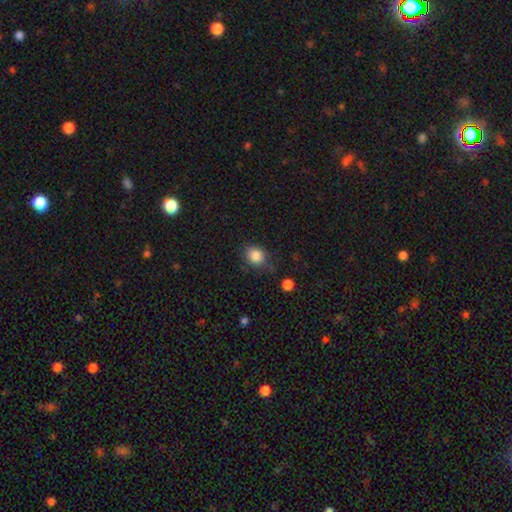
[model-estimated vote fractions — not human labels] Smooth or featured? smooth (85%)
How rounded? round (66%)
Merging? none (77%)